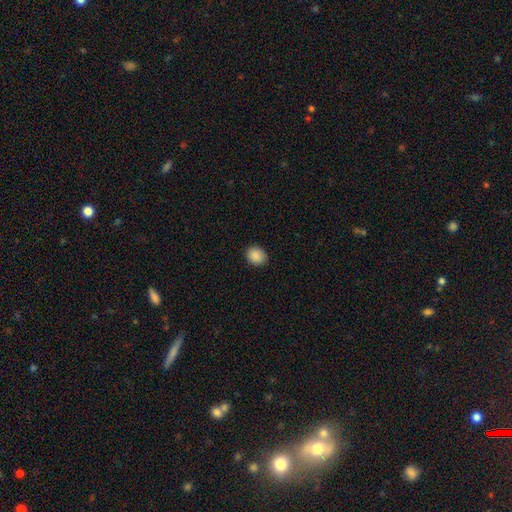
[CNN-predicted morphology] This is clearly a smooth galaxy (89%). How rounded: possibly round (54%). Merging: clearly none (87%).